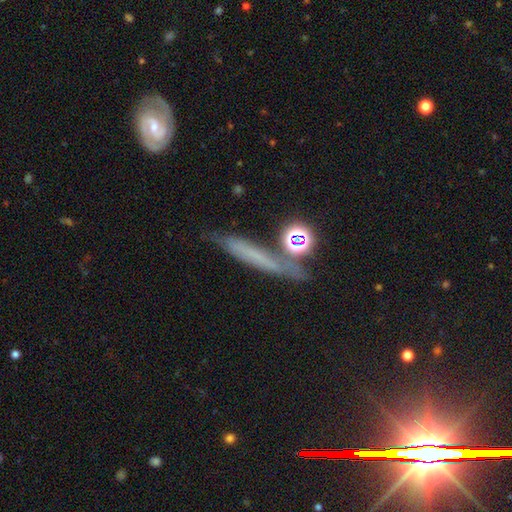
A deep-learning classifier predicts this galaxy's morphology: Smooth or featured: smooth — 41% (tied with featured or disk — 41%)
Merging: none — 68% (minor disturbance — 17%)